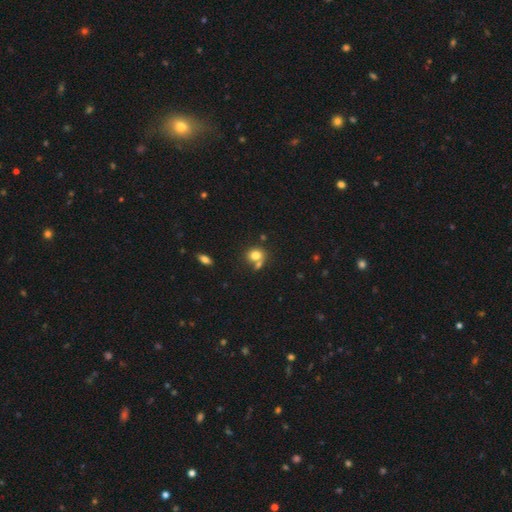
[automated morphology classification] type=smooth (78%); roundness=round (67%); merging=none (51%).